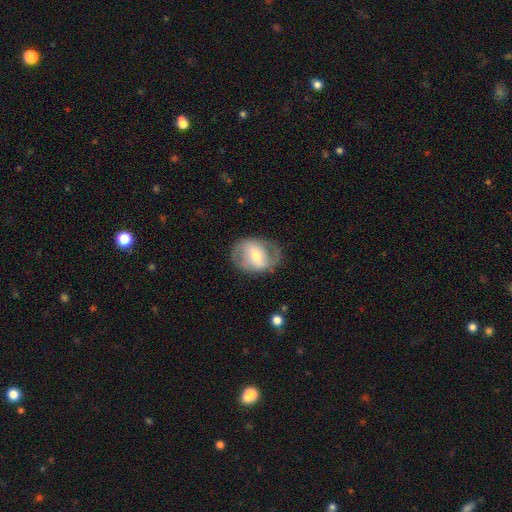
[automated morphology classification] This is likely a featured or disk galaxy (67%). It is clearly not viewed edge-on (96%). Bar: possibly weak (45%). Spiral arm pattern: likely yes (77%). Central bulge: likely moderate (62%). Merging: likely none (73%).